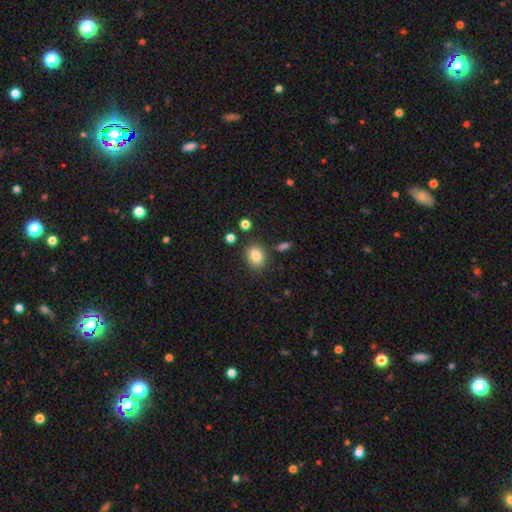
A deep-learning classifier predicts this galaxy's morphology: Smooth or featured: smooth — 83% (star or artifact — 10%)
How rounded: round — 60% (in between — 39%)
Merging: none — 83% (minor disturbance — 9%)